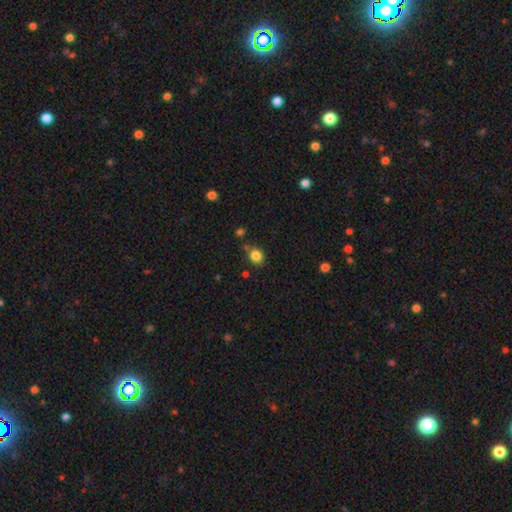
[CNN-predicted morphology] type=smooth (83%); roundness=round (79%); merging=none (78%).